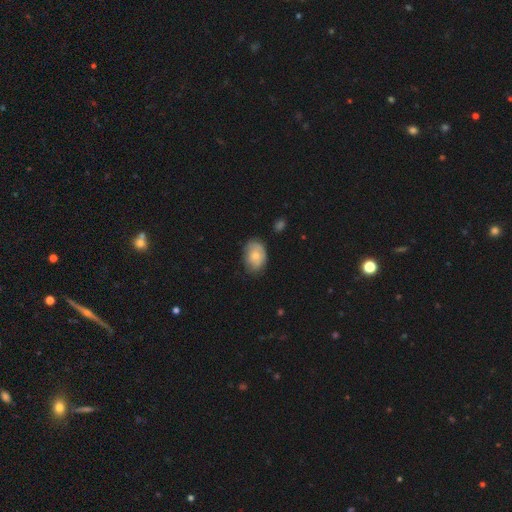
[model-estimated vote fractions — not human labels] Smooth or featured? smooth (74%)
How rounded? in between (80%)
Merging? none (69%)